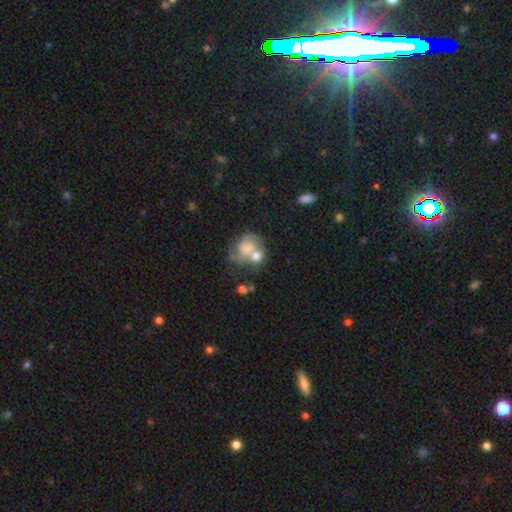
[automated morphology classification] smooth 50%, featured or disk 41%, star or artifact 9%. Down the decision tree: merging — merger (52%).